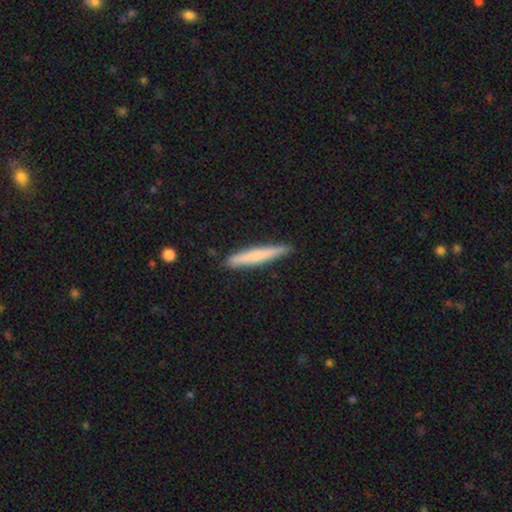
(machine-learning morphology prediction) Smooth or featured?
  - smooth: 70% *
  - featured or disk: 25%
  - star or artifact: 5%
How rounded?
  - cigar-shaped: 95% *
  - in between: 4%
  - round: 1%
Merging?
  - none: 88% *
  - minor disturbance: 9%
  - major disturbance: 2%
  - merger: 1%